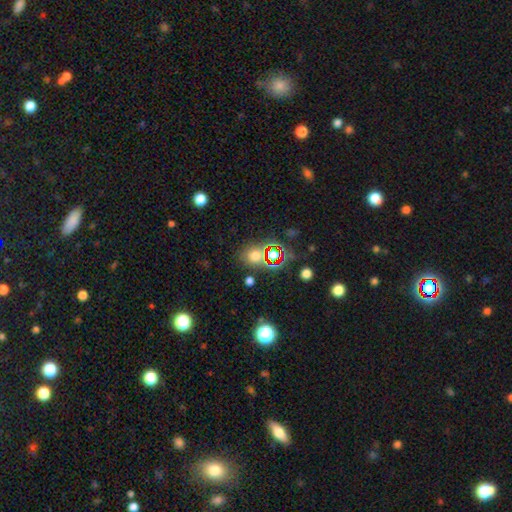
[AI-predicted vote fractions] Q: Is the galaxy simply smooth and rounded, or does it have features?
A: smooth — 58%.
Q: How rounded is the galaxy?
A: round — 72%.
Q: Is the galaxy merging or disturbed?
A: none — 75%.